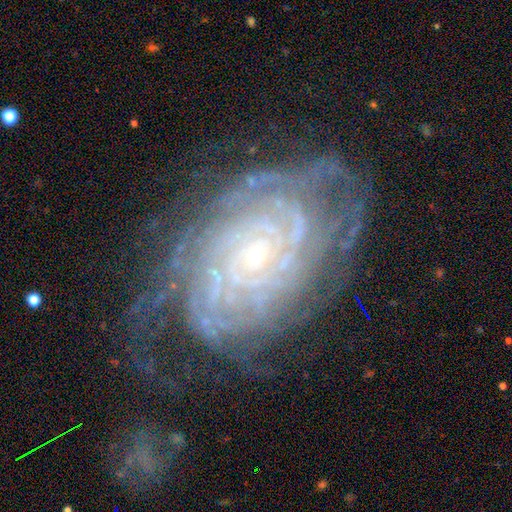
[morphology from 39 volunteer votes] This appears to be a featured or disk galaxy (92%) with no bar (74%), tight (88%) spiral arms (91%) and a small central bulge (77%). Merging: none (39%).